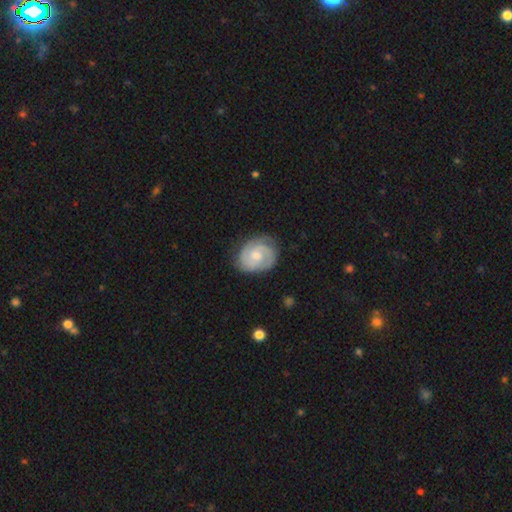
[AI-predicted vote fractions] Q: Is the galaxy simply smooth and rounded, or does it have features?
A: featured or disk — 76%.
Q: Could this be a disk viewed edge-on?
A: no — 98%.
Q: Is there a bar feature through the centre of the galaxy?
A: no — 61%.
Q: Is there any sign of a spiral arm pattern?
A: yes — 94%.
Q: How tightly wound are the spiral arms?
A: tight — 58%.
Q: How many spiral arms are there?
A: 2 — 66%.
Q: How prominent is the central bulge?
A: moderate — 51%.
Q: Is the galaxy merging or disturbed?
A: none — 77%.